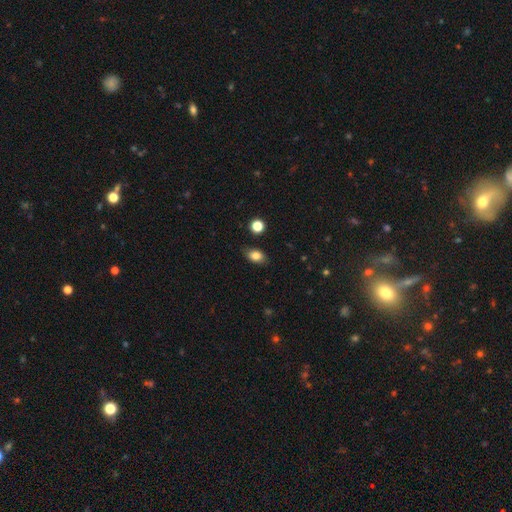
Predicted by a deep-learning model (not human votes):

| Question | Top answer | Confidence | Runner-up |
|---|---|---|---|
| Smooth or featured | smooth | 83% | star or artifact (10%) |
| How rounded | in between | 79% | round (19%) |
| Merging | none | 82% | minor disturbance (13%) |